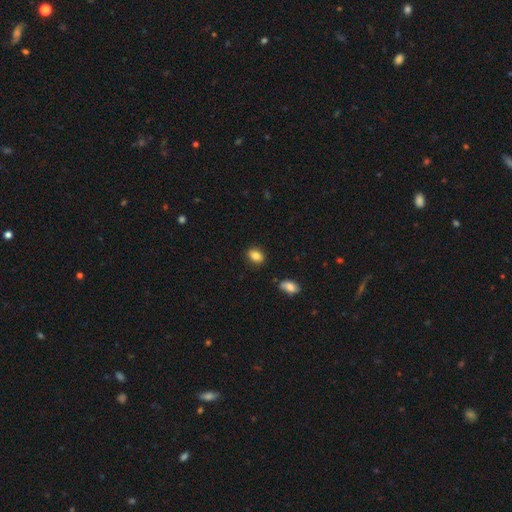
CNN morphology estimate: This is clearly a smooth galaxy (85%). How rounded: likely in between (78%). Merging: clearly none (85%).